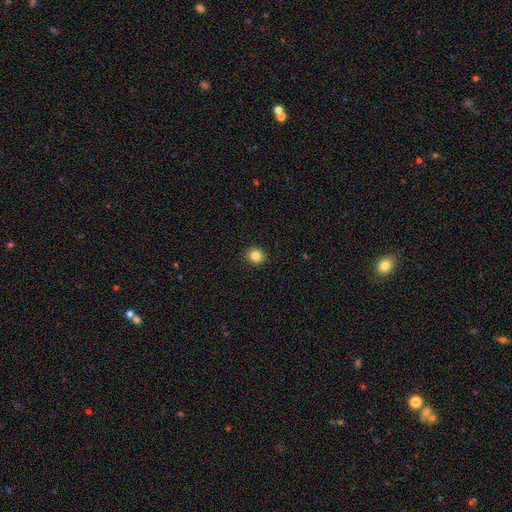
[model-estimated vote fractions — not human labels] Q: Smooth or featured?
A: smooth (85%); runner-up: star or artifact (10%)
Q: How rounded?
A: round (79%); runner-up: in between (20%)
Q: Merging?
A: none (91%); runner-up: minor disturbance (6%)